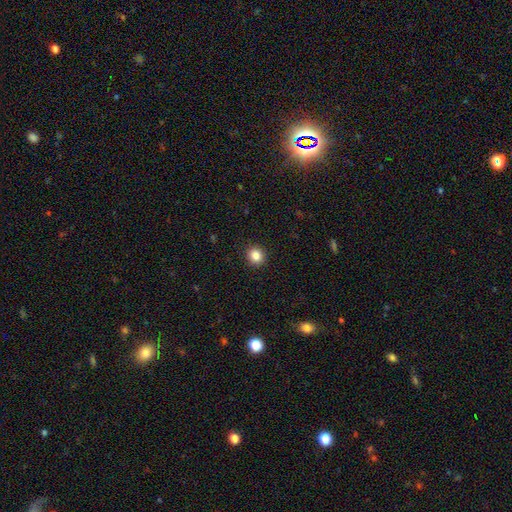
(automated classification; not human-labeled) Q: Smooth or featured?
A: smooth (85%); runner-up: star or artifact (11%)
Q: How rounded?
A: round (86%); runner-up: in between (13%)
Q: Merging?
A: none (92%); runner-up: minor disturbance (6%)